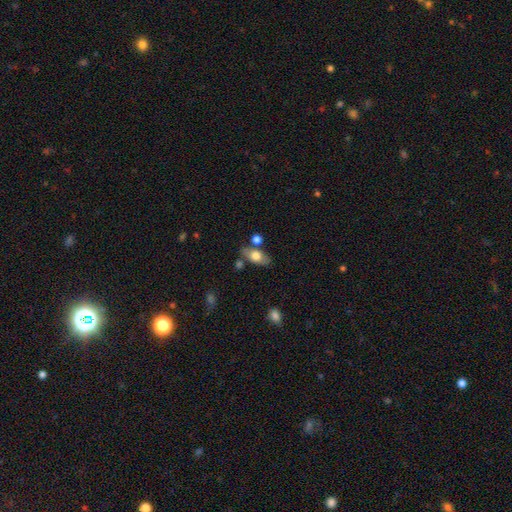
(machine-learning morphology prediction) Smooth or featured: smooth — 65% (featured or disk — 28%)
How rounded: in between — 85% (cigar-shaped — 9%)
Merging: none — 71% (minor disturbance — 15%)